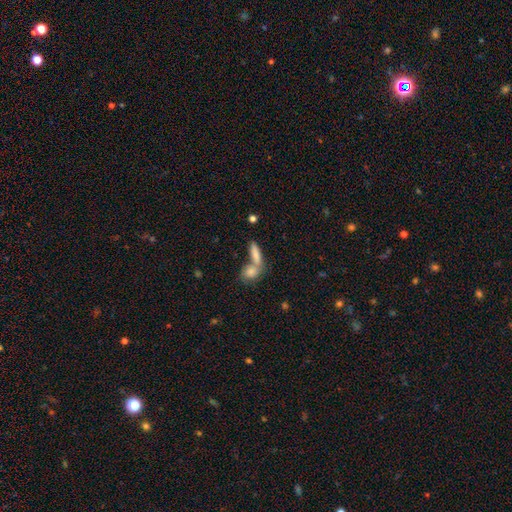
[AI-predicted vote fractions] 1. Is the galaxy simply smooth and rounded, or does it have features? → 80% smooth, 12% featured or disk, 8% star or artifact.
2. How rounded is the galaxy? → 54% in between, 38% cigar-shaped, 7% round.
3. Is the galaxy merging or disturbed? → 50% merger, 38% none, 8% minor disturbance, 4% major disturbance.